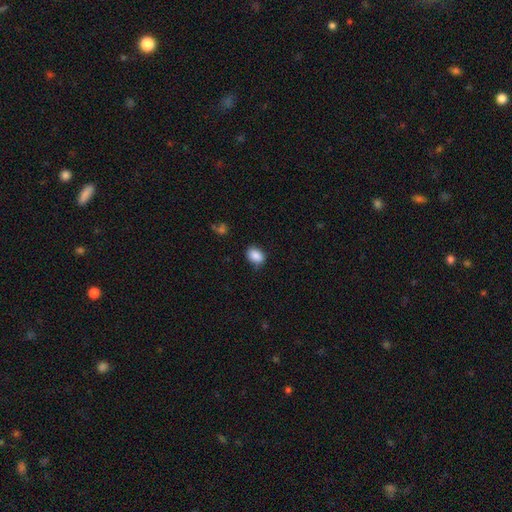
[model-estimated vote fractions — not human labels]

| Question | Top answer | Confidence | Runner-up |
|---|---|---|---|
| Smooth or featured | smooth | 88% | star or artifact (8%) |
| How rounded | in between | 74% | round (24%) |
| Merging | none | 81% | minor disturbance (15%) |